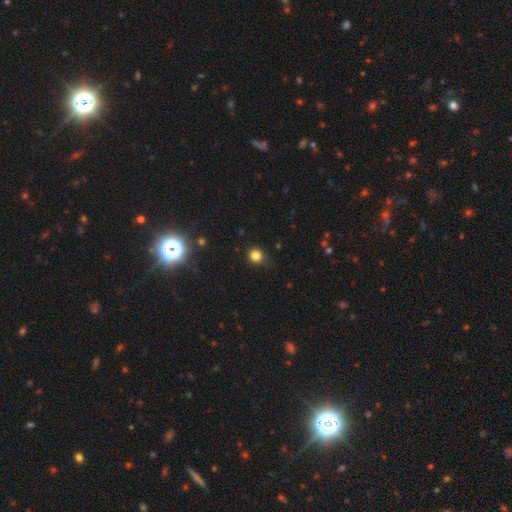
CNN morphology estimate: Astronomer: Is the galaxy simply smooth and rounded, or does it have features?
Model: smooth — 80%.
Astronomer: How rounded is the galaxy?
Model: round — 85%.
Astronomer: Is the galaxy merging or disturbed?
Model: none — 82%.